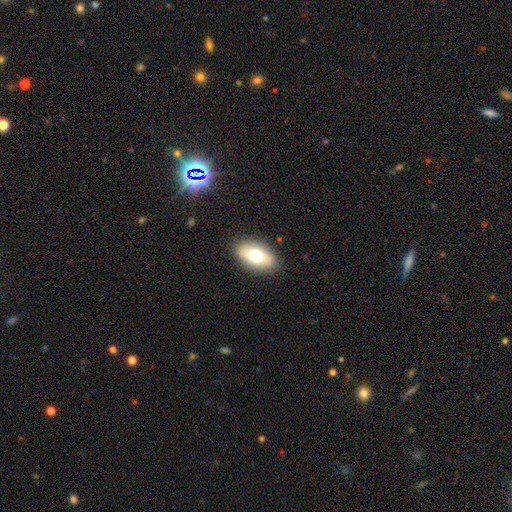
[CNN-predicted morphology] Overall: smooth (73%). How rounded: in between (90%). Merging: none (87%).